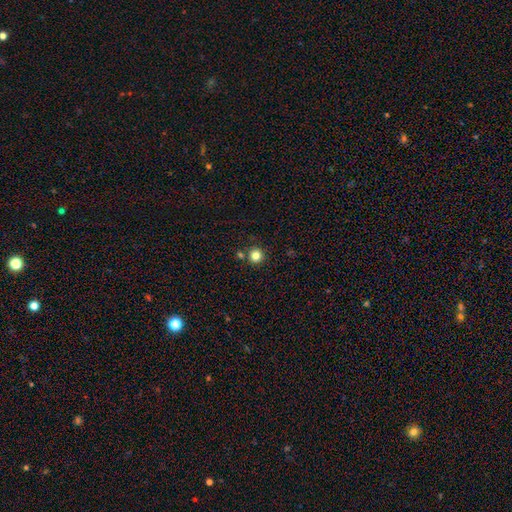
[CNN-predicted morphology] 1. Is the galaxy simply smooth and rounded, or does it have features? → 81% smooth, 13% star or artifact, 6% featured or disk.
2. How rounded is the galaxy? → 95% round, 4% in between, 1% cigar-shaped.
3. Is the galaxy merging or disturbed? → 84% none, 8% merger, 6% minor disturbance, 2% major disturbance.